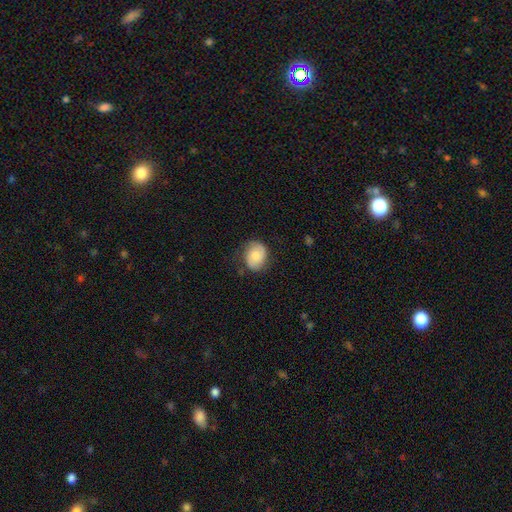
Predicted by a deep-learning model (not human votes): This appears to be a smooth galaxy with no disk features (60%) that is round (51%). Merging: none (69%).